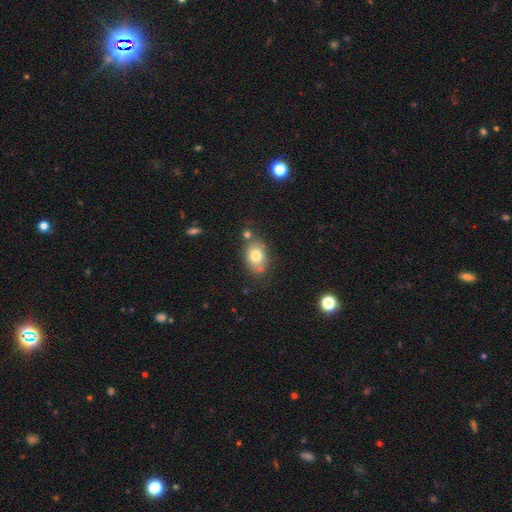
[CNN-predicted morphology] type=smooth (76%); roundness=in between (78%); merging=none (65%).